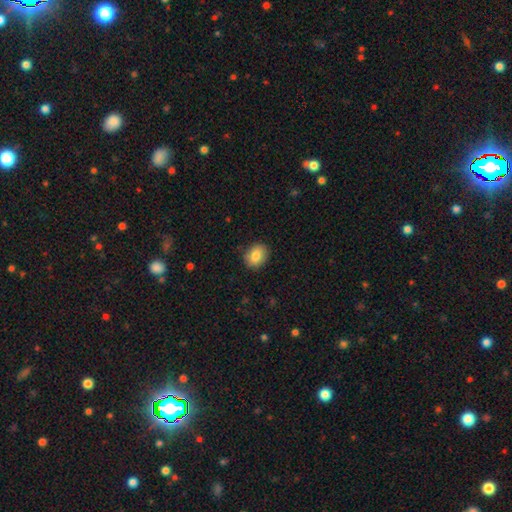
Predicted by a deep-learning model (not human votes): Morphology: type=smooth (83%); roundness=in between (53%); merging=none (86%).